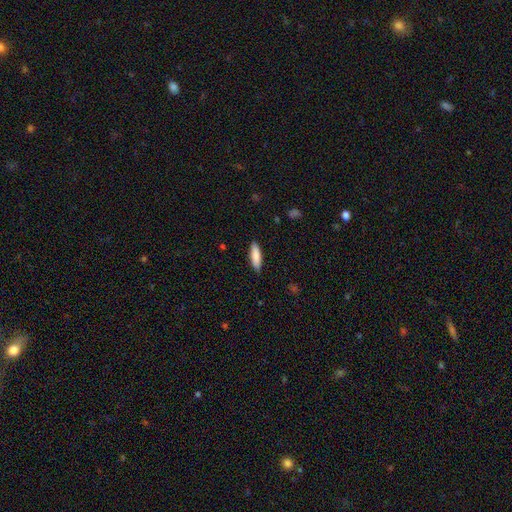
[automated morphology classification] A smooth galaxy with no disk features (86%) that is cigar-shaped (56%).

Vote fractions:
- Smooth or featured? smooth: 86% / featured or disk: 9% / star or artifact: 6%
- How rounded? cigar-shaped: 56% / in between: 42% / round: 1%
- Merging? none: 88% / minor disturbance: 9% / major disturbance: 2% / merger: 1%